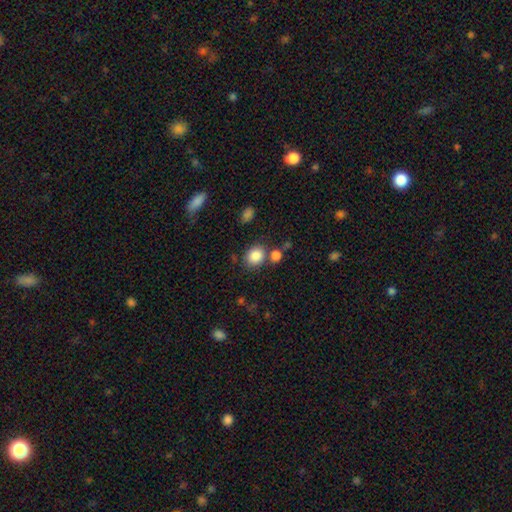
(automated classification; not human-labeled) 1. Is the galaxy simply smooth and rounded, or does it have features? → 85% smooth, 9% star or artifact, 5% featured or disk.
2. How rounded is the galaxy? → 70% round, 29% in between, 1% cigar-shaped.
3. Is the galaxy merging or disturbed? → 70% none, 15% merger, 11% minor disturbance, 4% major disturbance.